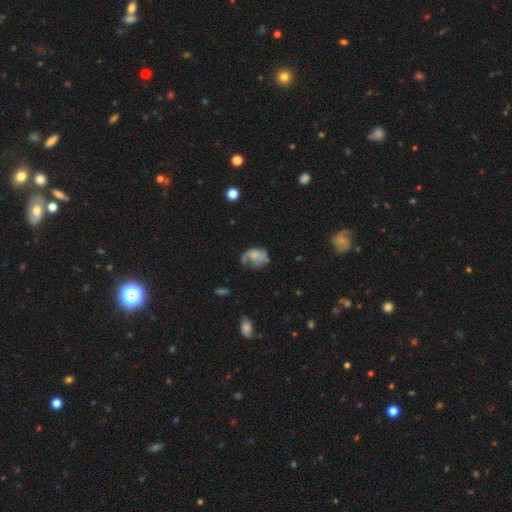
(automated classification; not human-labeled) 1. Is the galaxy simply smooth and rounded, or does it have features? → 48% featured or disk, 42% smooth, 11% star or artifact.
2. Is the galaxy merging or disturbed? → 34% none, 33% major disturbance, 29% minor disturbance, 4% merger.